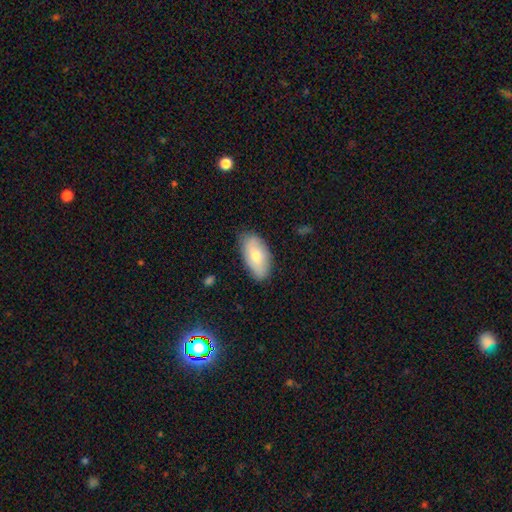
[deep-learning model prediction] smooth 68%, featured or disk 25%, star or artifact 7%. Down the decision tree: how rounded — in between (93%); merging — none (81%).